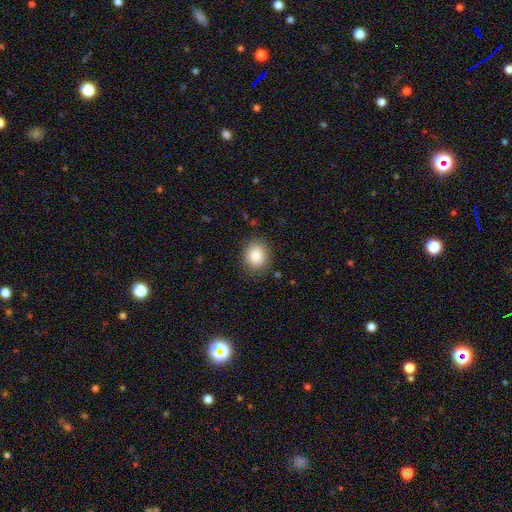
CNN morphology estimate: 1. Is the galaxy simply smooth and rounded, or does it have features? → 85% smooth, 9% star or artifact, 6% featured or disk.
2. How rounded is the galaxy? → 65% round, 34% in between, 1% cigar-shaped.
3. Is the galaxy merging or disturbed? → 86% none, 10% minor disturbance, 3% major disturbance, 1% merger.